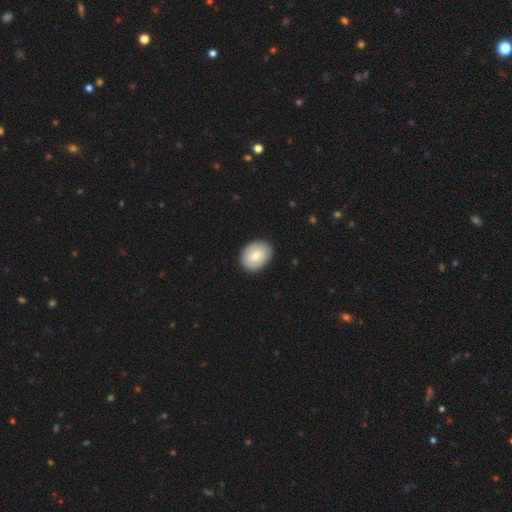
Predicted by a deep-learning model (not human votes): smooth_or_featured: smooth (p=0.74) [alt: featured or disk p=0.19]
how_rounded: in between (p=0.65) [alt: round p=0.34]
merging: none (p=0.89) [alt: minor disturbance p=0.09]